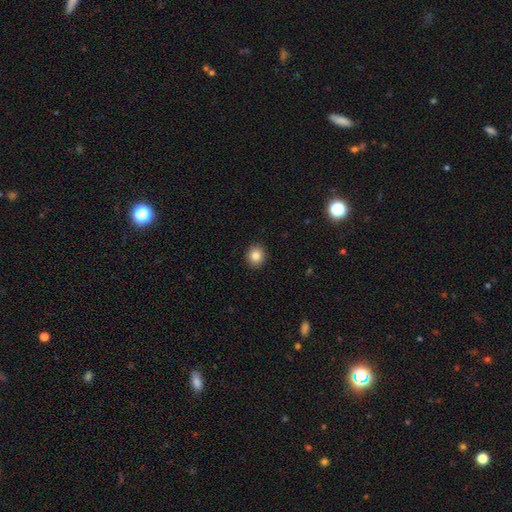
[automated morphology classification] smooth 84%, star or artifact 10%, featured or disk 6%. Down the decision tree: how rounded — round (87%); merging — none (92%).